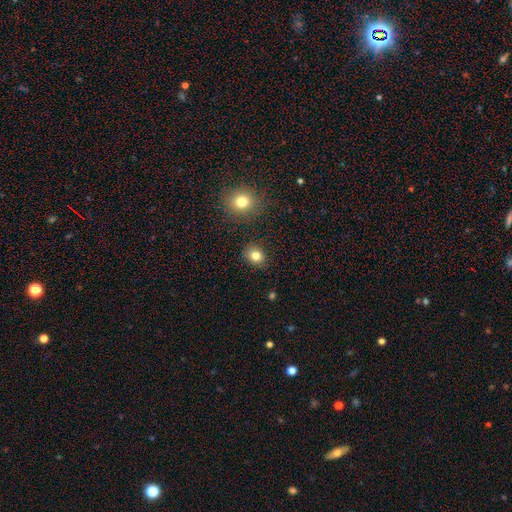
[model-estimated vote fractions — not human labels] This appears to be a smooth galaxy with no disk features (81%) that is round (65%). Merging: none (87%).